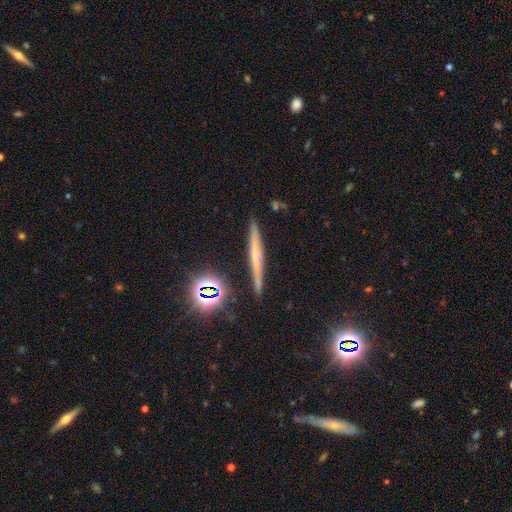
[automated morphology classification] A featured or disk galaxy (50%).

Vote fractions:
- Smooth or featured? featured or disk: 50% / smooth: 34% / star or artifact: 17%
- Merging? none: 88% / minor disturbance: 8% / merger: 2% / major disturbance: 2%